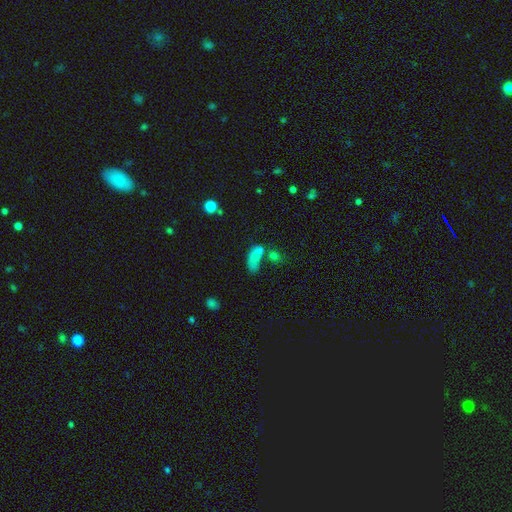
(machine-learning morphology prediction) The model was most divided on "merging": merger: 34%, none: 29%, major disturbance: 20%, minor disturbance: 16%. More confident: how rounded — in between (80%); smooth or featured — smooth (73%).